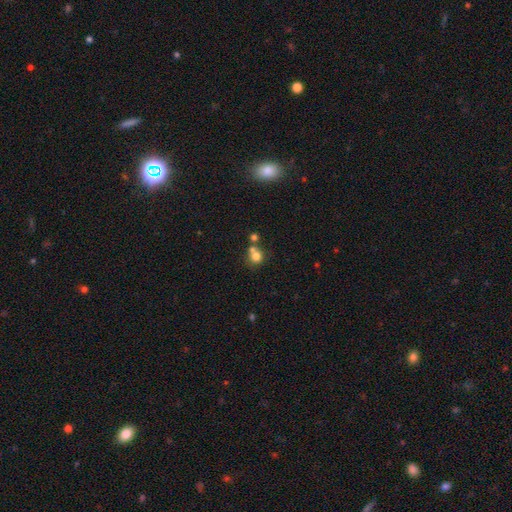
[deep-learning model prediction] Smooth or featured? smooth (76%)
How rounded? round (82%)
Merging? none (45%)